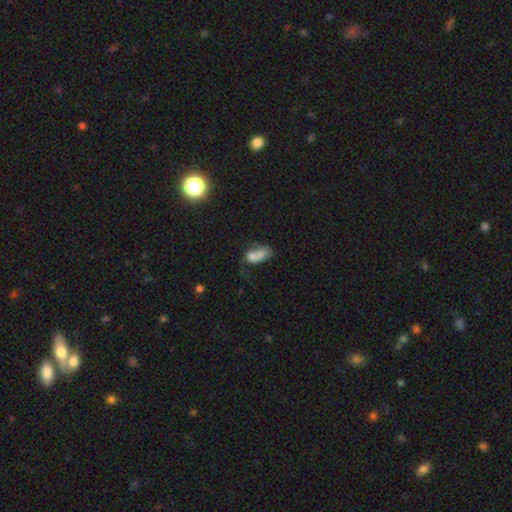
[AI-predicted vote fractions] smooth 69%, featured or disk 20%, star or artifact 12%. Down the decision tree: how rounded — in between (86%); merging — merger (37%).